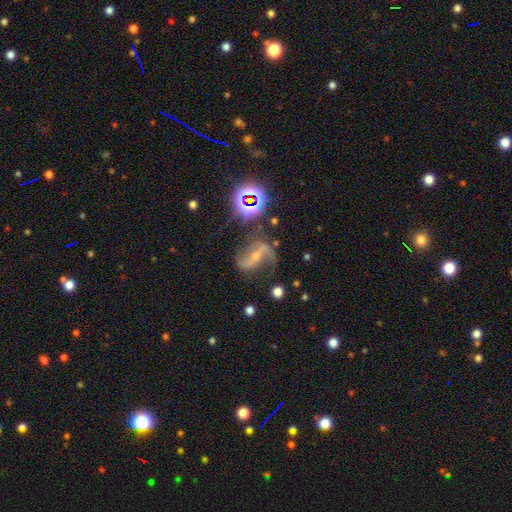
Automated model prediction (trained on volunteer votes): Overall: featured or disk (80%). Edge-on disk: no (96%). Bar: strong (47%; weak 30%). Spiral arms: yes (95%). Spiral arm count: 2 (88%). Spiral winding: loose (56%; medium 34%). Bulge size: small (64%; moderate 31%). Merging: none (65%).